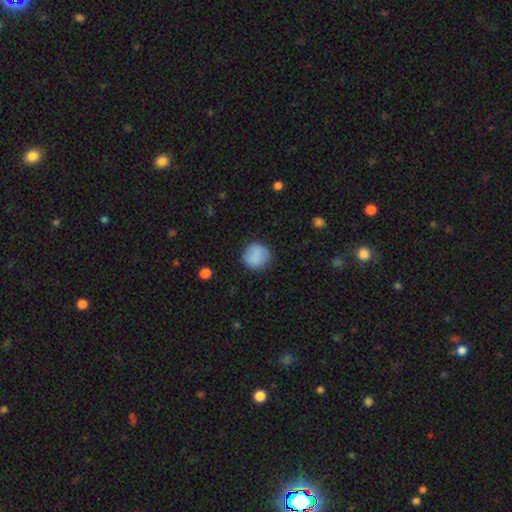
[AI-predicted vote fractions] The model was most divided on "merging": none: 85%, minor disturbance: 11%, major disturbance: 3%, merger: 1%. More confident: how rounded — round (90%); smooth or featured — smooth (84%).